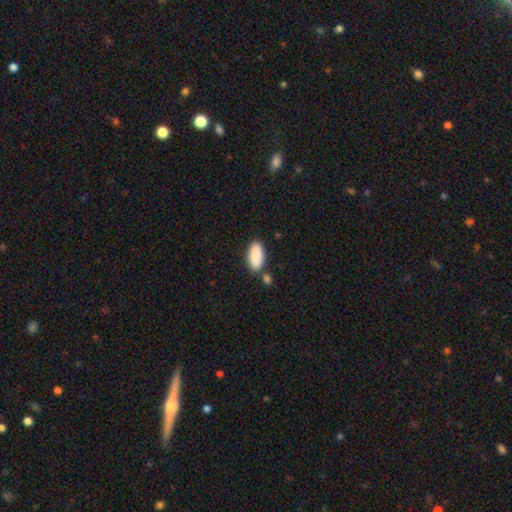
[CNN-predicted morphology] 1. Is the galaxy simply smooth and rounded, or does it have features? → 88% smooth, 6% featured or disk, 6% star or artifact.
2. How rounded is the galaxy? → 92% in between, 6% cigar-shaped, 2% round.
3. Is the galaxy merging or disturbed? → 70% none, 14% merger, 13% minor disturbance, 3% major disturbance.